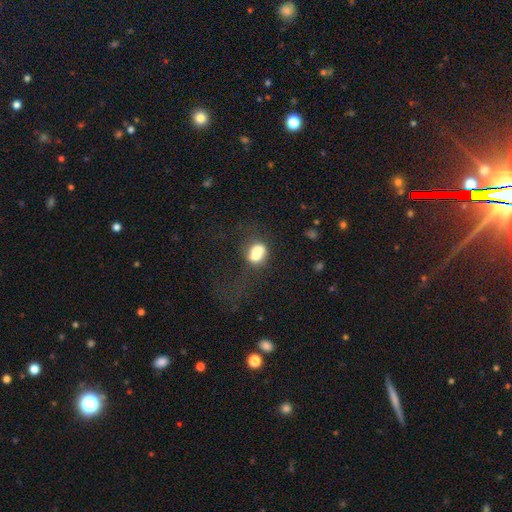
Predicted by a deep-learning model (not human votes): Overall: smooth (65%). How rounded: round (54%; in between 45%). Merging: merger (54%; none 25%).